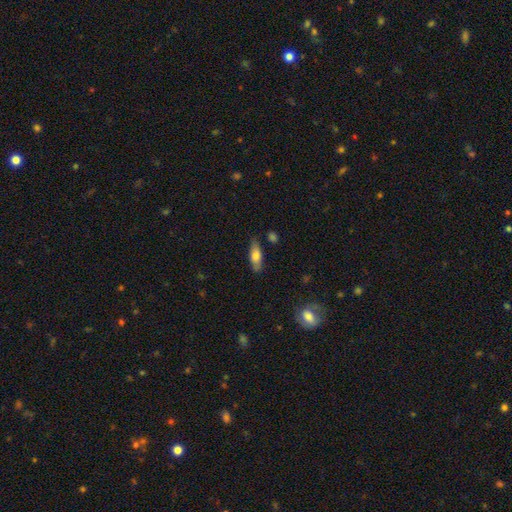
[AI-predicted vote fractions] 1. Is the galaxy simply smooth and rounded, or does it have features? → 70% smooth, 23% featured or disk, 7% star or artifact.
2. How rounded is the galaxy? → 62% in between, 35% cigar-shaped, 3% round.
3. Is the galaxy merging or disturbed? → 74% none, 19% minor disturbance, 4% major disturbance, 3% merger.